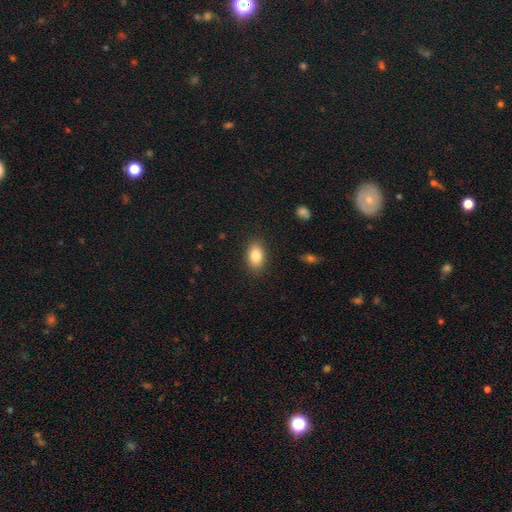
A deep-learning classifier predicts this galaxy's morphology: Smooth or featured? Predicted: smooth (p=0.83). How rounded? Predicted: in between (p=0.87). Merging? Predicted: none (p=0.87).